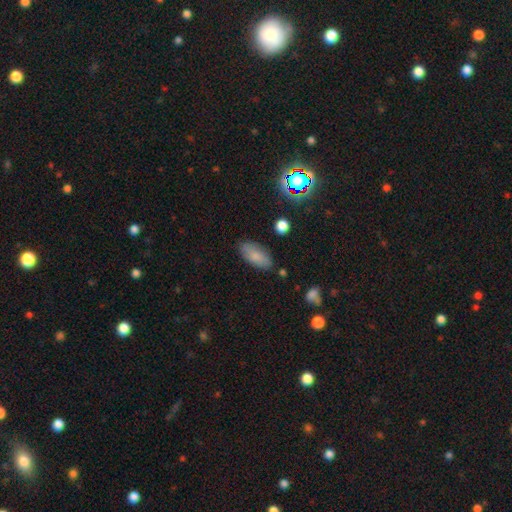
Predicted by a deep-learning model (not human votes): A smooth galaxy with no disk features (81%) that is in between round and cigar-shaped (89%). Merging: none (81%).